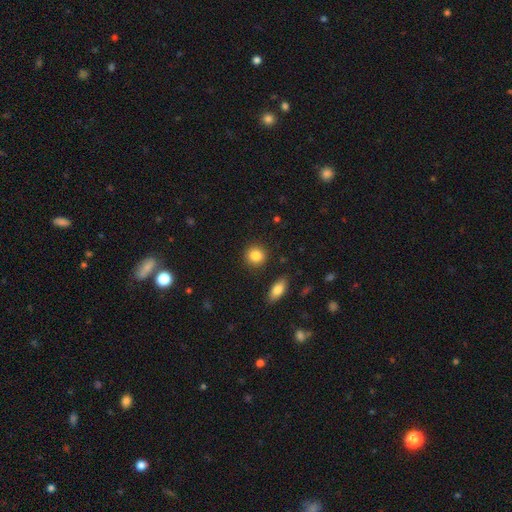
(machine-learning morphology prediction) Q: Smooth or featured?
A: smooth (86%); runner-up: star or artifact (8%)
Q: How rounded?
A: round (86%); runner-up: in between (13%)
Q: Merging?
A: none (89%); runner-up: minor disturbance (6%)